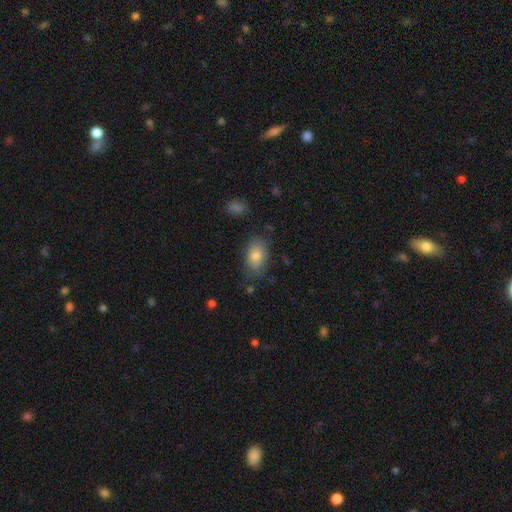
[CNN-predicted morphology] Smooth or featured?
  - smooth: 80% *
  - featured or disk: 12%
  - star or artifact: 8%
How rounded?
  - in between: 89% *
  - round: 9%
  - cigar-shaped: 2%
Merging?
  - none: 77% *
  - minor disturbance: 17%
  - major disturbance: 4%
  - merger: 2%